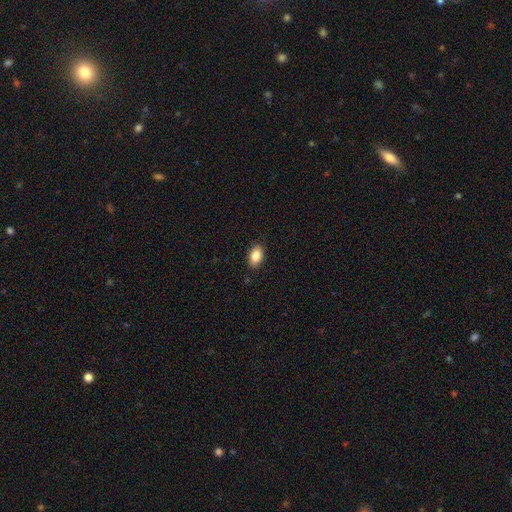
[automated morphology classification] Smooth or featured? smooth (87%)
How rounded? in between (90%)
Merging? none (88%)